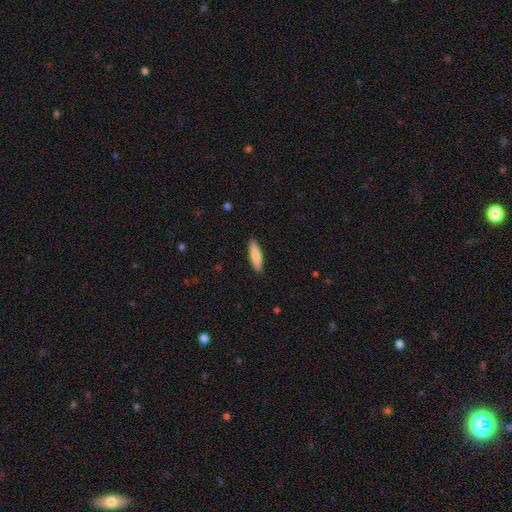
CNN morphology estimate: smooth-or-featured: smooth: 80% | featured or disk: 14% | star or artifact: 6%
  how-rounded: cigar-shaped: 65% | in between: 34% | round: 2%
  merging: none: 90% | minor disturbance: 7% | major disturbance: 2% | merger: 1%